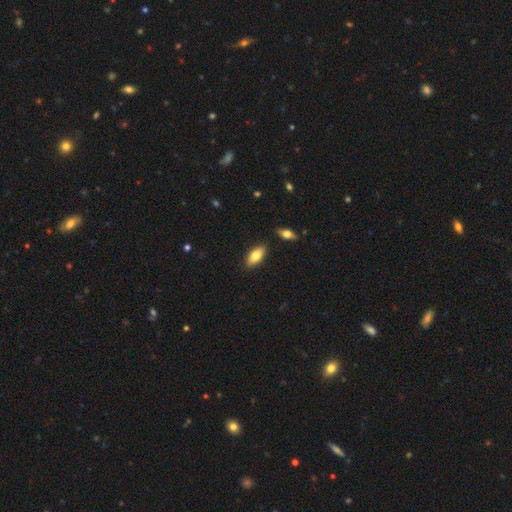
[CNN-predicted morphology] A smooth galaxy with no disk features (75%) that is in between round and cigar-shaped (85%). Merging: none (86%).